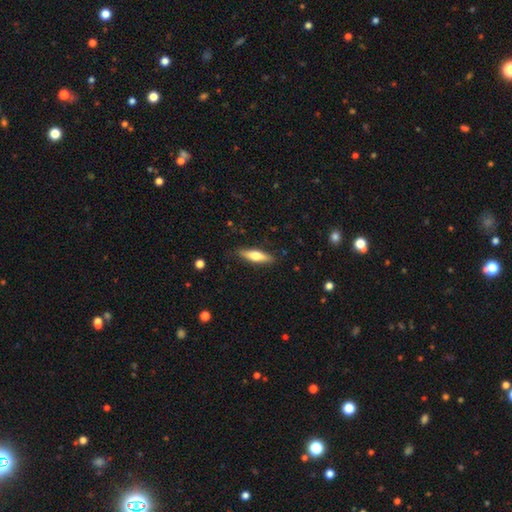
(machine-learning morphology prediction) The model was most divided on "smooth or featured": smooth: 59%, featured or disk: 36%, star or artifact: 6%. More confident: merging — none (86%); how rounded — cigar-shaped (68%).